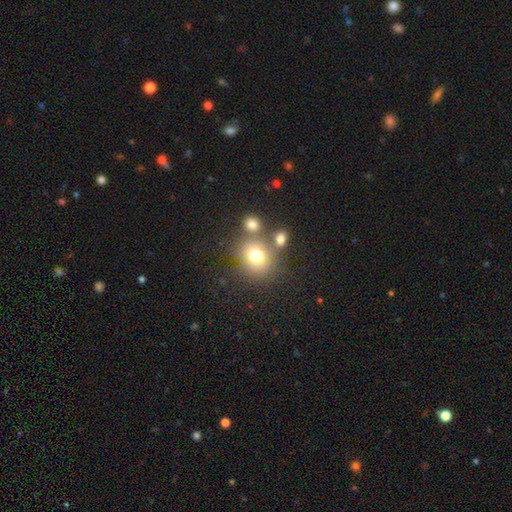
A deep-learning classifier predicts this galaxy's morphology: Smooth or featured? Predicted: smooth (p=0.74). How rounded? Predicted: round (p=0.73). Merging? Predicted: none (p=0.60).